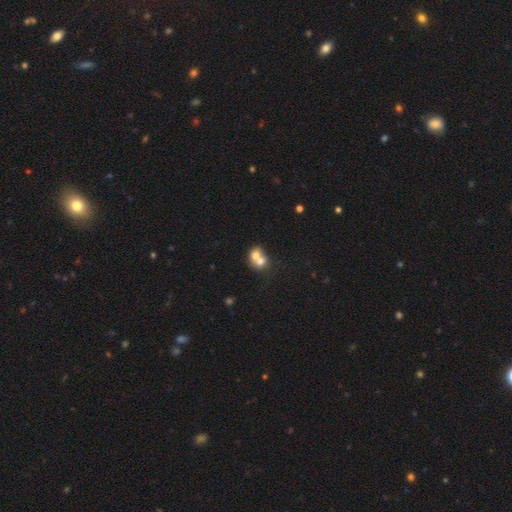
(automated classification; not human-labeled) Smooth or featured?
  - smooth: 68% *
  - featured or disk: 23%
  - star or artifact: 10%
How rounded?
  - round: 64% *
  - in between: 35%
  - cigar-shaped: 1%
Merging?
  - merger: 71% *
  - none: 22%
  - minor disturbance: 5%
  - major disturbance: 3%